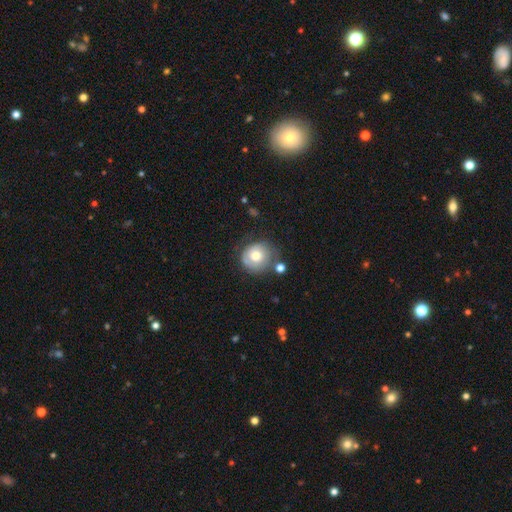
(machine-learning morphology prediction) smooth 57%, featured or disk 35%, star or artifact 8%. Down the decision tree: how rounded — round (85%); merging — none (57%).